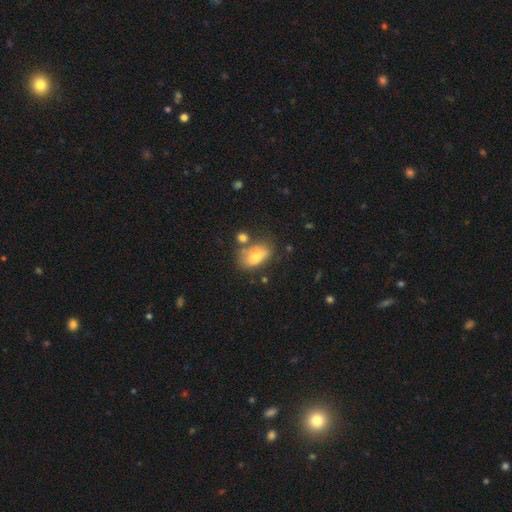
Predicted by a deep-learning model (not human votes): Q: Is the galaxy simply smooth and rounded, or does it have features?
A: smooth — 70%.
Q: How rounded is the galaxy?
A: in between — 87%.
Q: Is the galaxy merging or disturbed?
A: none — 41%.